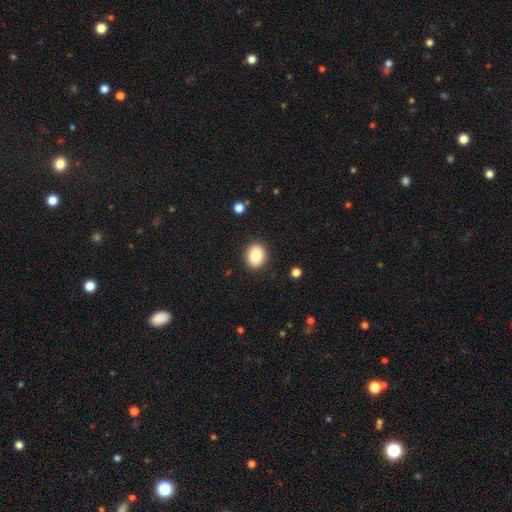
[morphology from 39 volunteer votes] This is clearly a smooth galaxy (85%). How rounded: possibly round (55%). Merging: clearly none (100%).